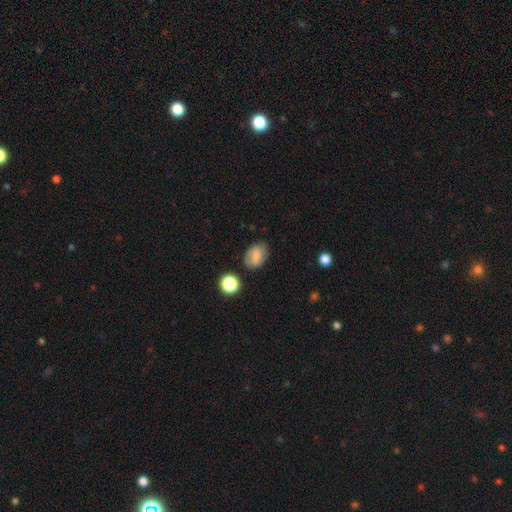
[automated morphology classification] This is likely a smooth galaxy (73%). How rounded: likely in between (72%). Merging: likely none (76%).